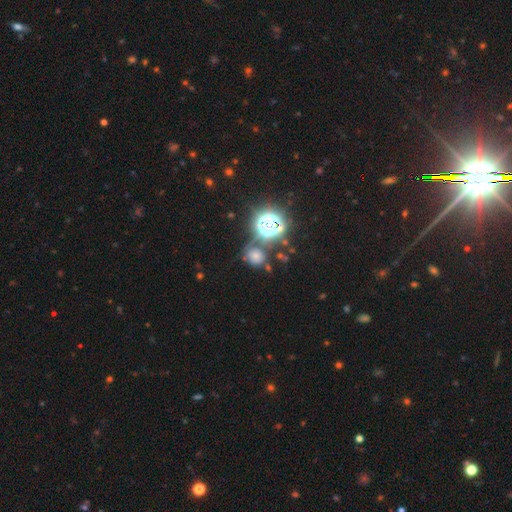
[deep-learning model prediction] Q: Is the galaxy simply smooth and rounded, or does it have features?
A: smooth — 48%.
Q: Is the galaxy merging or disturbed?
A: none — 63%.